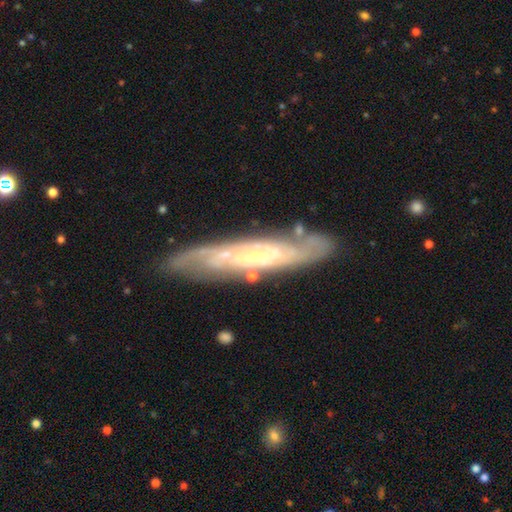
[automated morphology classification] A featured or disk galaxy (78%).

Vote fractions:
- Smooth or featured? featured or disk: 78% / smooth: 16% / star or artifact: 6%
- Edge-on disk? no: 63% / yes: 37%
- Merging? none: 78% / minor disturbance: 15% / major disturbance: 4% / merger: 3%